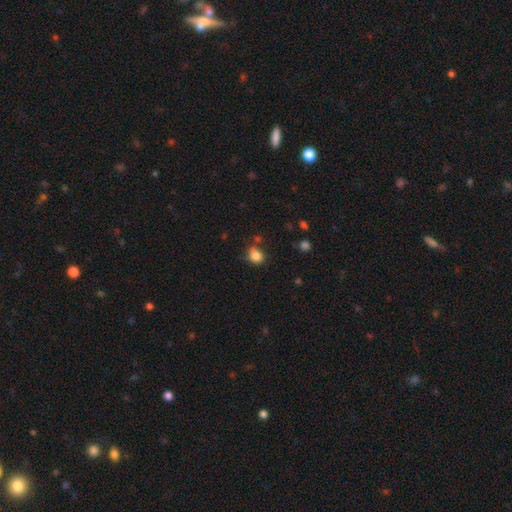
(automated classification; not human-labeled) A smooth galaxy with no disk features (84%) that is round (57%). Merging: none (67%).